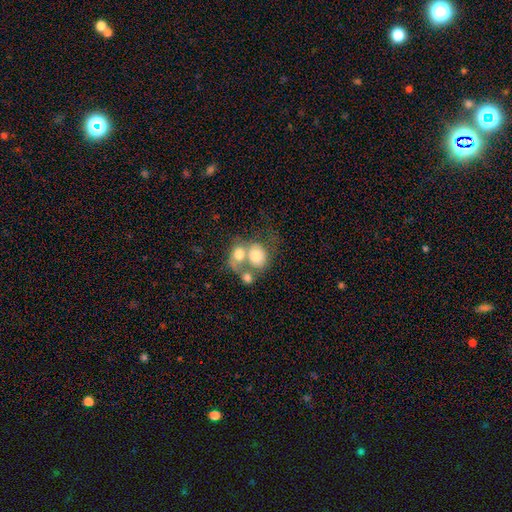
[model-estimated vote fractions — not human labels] Smooth or featured? smooth (66%)
How rounded? round (59%)
Merging? merger (65%)